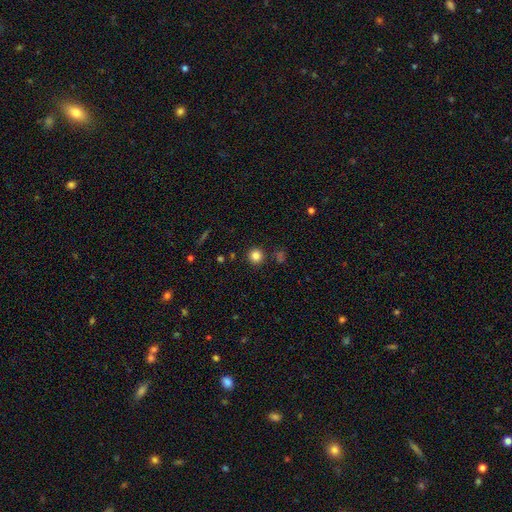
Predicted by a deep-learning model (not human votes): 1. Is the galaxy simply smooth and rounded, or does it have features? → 84% smooth, 12% star or artifact, 4% featured or disk.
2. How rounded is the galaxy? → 94% round, 5% in between, 1% cigar-shaped.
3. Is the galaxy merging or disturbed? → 88% none, 6% minor disturbance, 3% merger, 2% major disturbance.